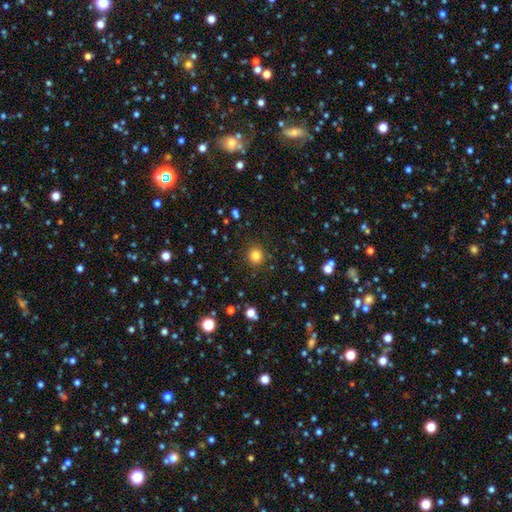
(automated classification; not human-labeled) Smooth or featured: smooth — 82% (star or artifact — 13%)
How rounded: round — 90% (in between — 10%)
Merging: none — 89% (minor disturbance — 7%)